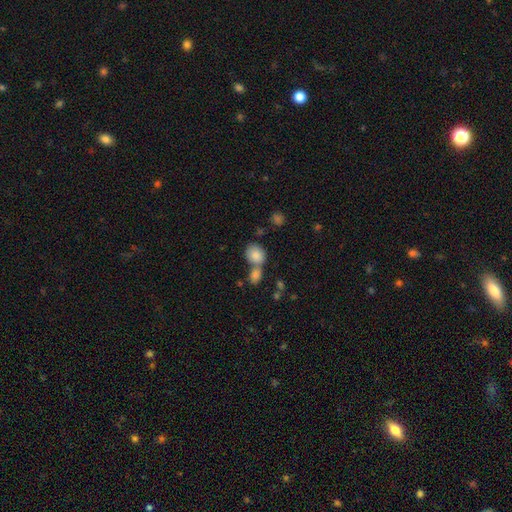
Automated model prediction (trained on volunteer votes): This appears to be a smooth galaxy with no disk features (84%) that is round (53%). Merging: merger (50%).